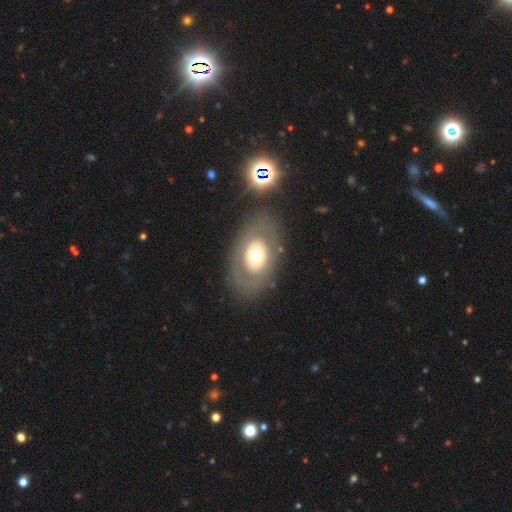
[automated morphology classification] Q: Smooth or featured?
A: featured or disk (49%); runner-up: smooth (44%)
Q: Merging?
A: none (79%); runner-up: minor disturbance (10%)